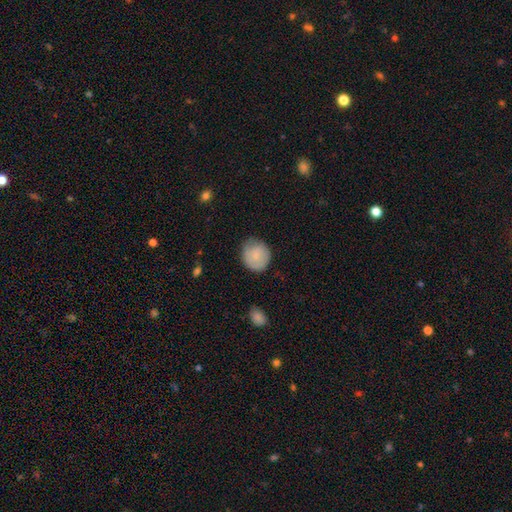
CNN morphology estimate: A smooth galaxy with no disk features (80%) that is round (81%).

Vote fractions:
- Smooth or featured? smooth: 80% / featured or disk: 14% / star or artifact: 6%
- How rounded? round: 81% / in between: 18% / cigar-shaped: 1%
- Merging? none: 68% / minor disturbance: 25% / major disturbance: 5% / merger: 1%